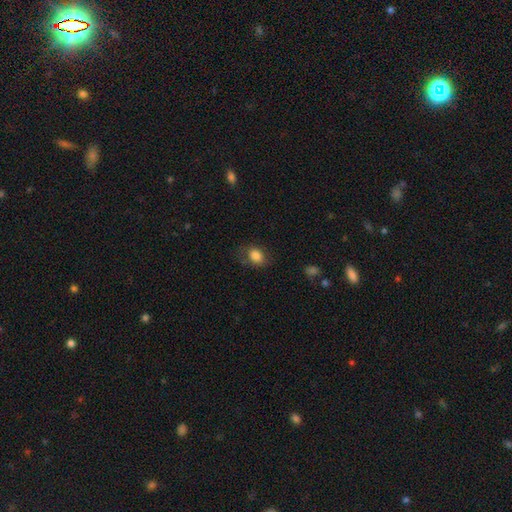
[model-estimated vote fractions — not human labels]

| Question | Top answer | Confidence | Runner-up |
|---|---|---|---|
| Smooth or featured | smooth | 83% | star or artifact (9%) |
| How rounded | in between | 70% | round (29%) |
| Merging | none | 69% | minor disturbance (21%) |